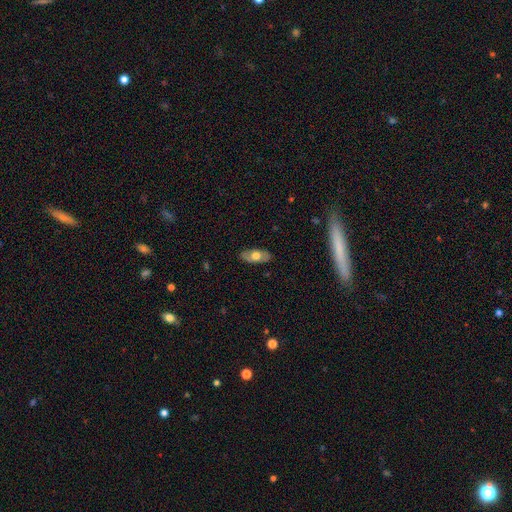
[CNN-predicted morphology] smooth 59%, featured or disk 35%, star or artifact 6%. Down the decision tree: how rounded — in between (90%); merging — none (85%).